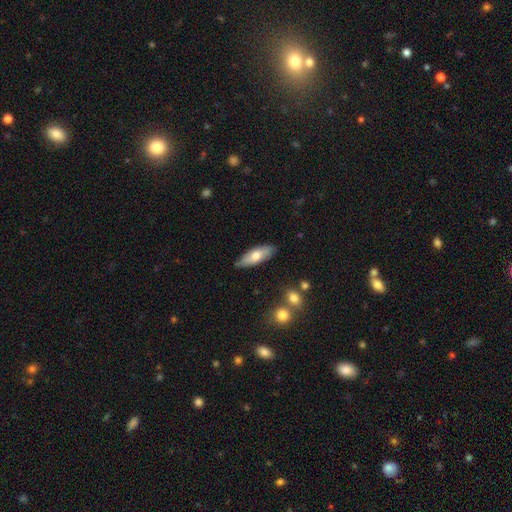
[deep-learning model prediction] A smooth galaxy with no disk features (65%) that is in between round and cigar-shaped (64%). Merging: none (82%).